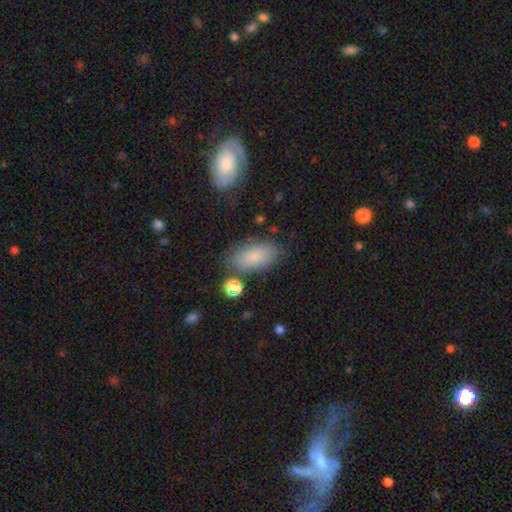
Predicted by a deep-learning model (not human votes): smooth 76%, featured or disk 15%, star or artifact 9%. Down the decision tree: how rounded — in between (92%); merging — none (76%).